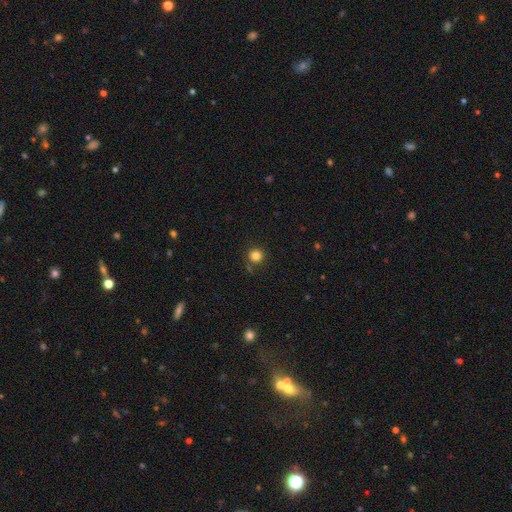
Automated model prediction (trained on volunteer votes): A smooth galaxy with no disk features (83%) that is round (95%). Merging: none (85%).